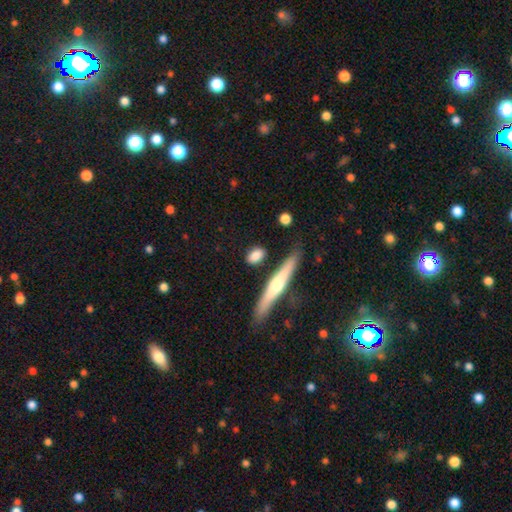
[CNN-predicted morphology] Smooth or featured? smooth (79%)
How rounded? in between (62%)
Merging? none (80%)